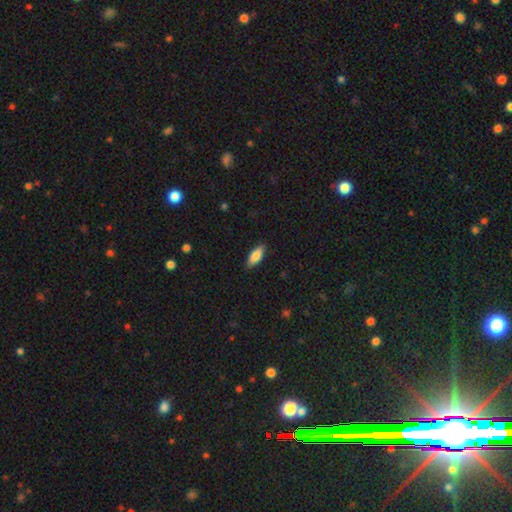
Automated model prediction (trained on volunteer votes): A smooth galaxy with no disk features (80%) that is in between round and cigar-shaped (73%).

Vote fractions:
- Smooth or featured? smooth: 80% / featured or disk: 14% / star or artifact: 6%
- How rounded? in between: 73% / cigar-shaped: 25% / round: 2%
- Merging? none: 88% / minor disturbance: 9% / major disturbance: 2% / merger: 1%